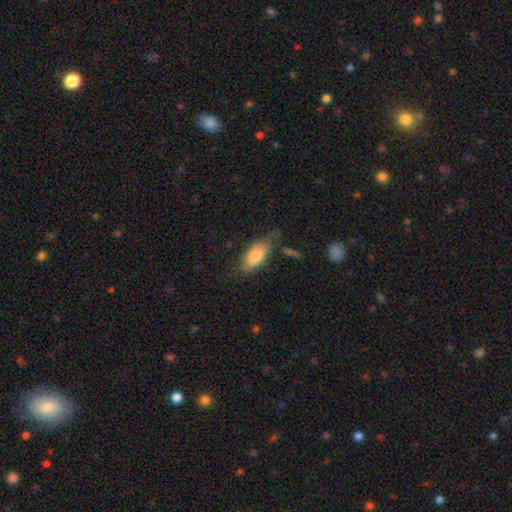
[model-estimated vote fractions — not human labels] Smooth or featured? smooth (79%)
How rounded? in between (85%)
Merging? none (56%)